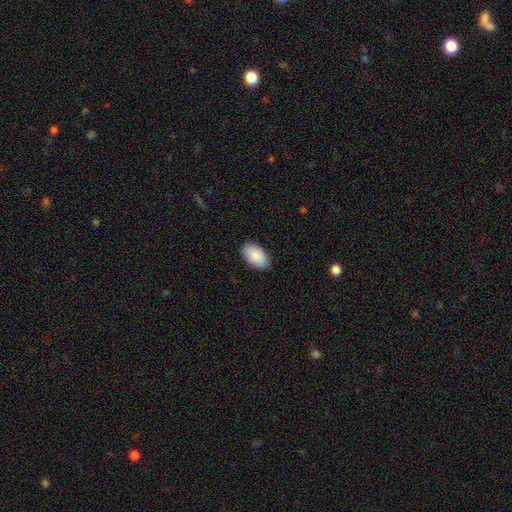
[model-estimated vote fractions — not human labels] Overall: smooth (90%). How rounded: in between (95%). Merging: none (88%).